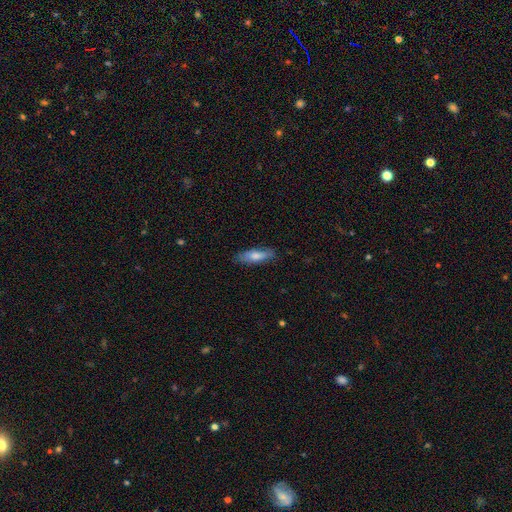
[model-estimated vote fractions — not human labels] A smooth galaxy with no disk features (71%) that is in between round and cigar-shaped (54%). Merging: none (79%).